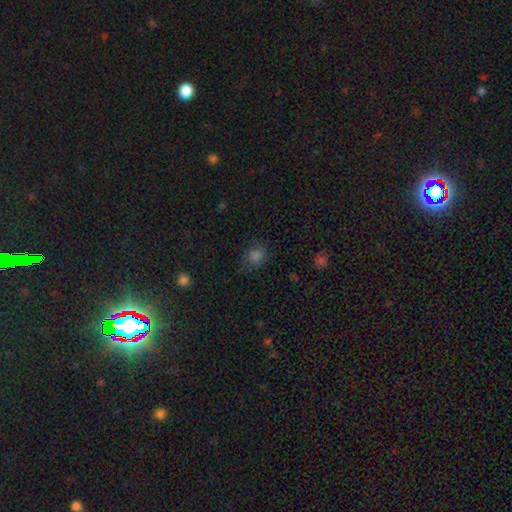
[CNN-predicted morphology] Smooth or featured? Predicted: smooth (p=0.76). How rounded? Predicted: round (p=0.66). Merging? Predicted: none (p=0.73).